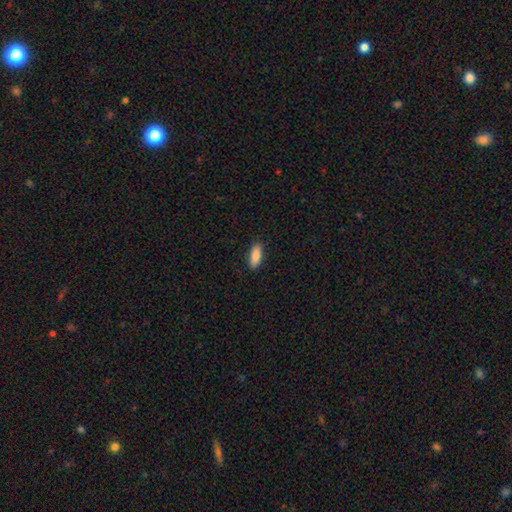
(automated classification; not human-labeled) smooth-or-featured: smooth: 88% | star or artifact: 6% | featured or disk: 5%
  how-rounded: in between: 76% | cigar-shaped: 22% | round: 2%
  merging: none: 89% | minor disturbance: 8% | major disturbance: 2% | merger: 1%